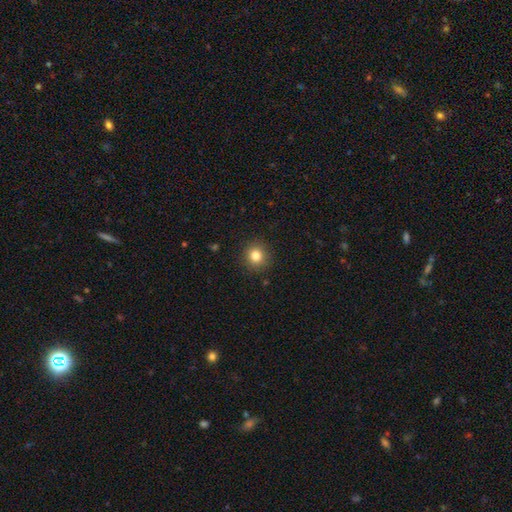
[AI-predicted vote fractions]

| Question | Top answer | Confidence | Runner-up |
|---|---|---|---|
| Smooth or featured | smooth | 82% | star or artifact (12%) |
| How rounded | round | 91% | in between (8%) |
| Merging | none | 91% | minor disturbance (6%) |